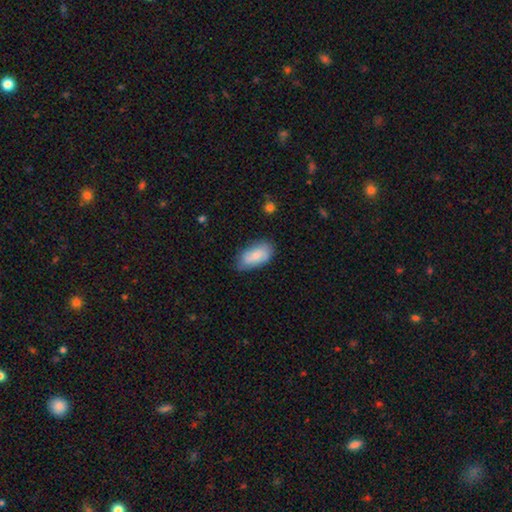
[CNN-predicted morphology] Smooth or featured: smooth — 73% (featured or disk — 20%)
How rounded: in between — 93% (cigar-shaped — 4%)
Merging: none — 69% (minor disturbance — 24%)